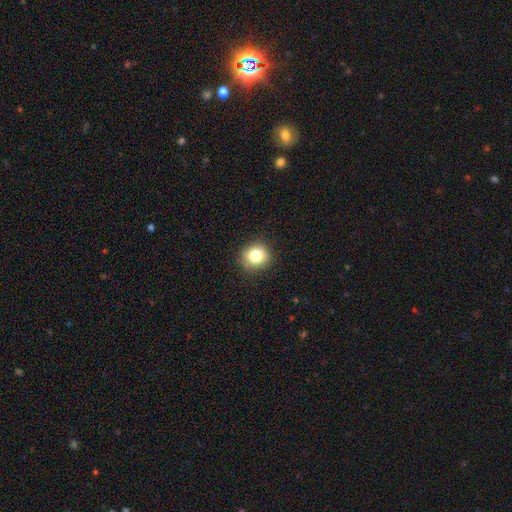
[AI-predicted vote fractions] smooth-or-featured: smooth: 81% | star or artifact: 11% | featured or disk: 8%
  how-rounded: round: 86% | in between: 13% | cigar-shaped: 1%
  merging: none: 88% | minor disturbance: 8% | major disturbance: 2% | merger: 1%